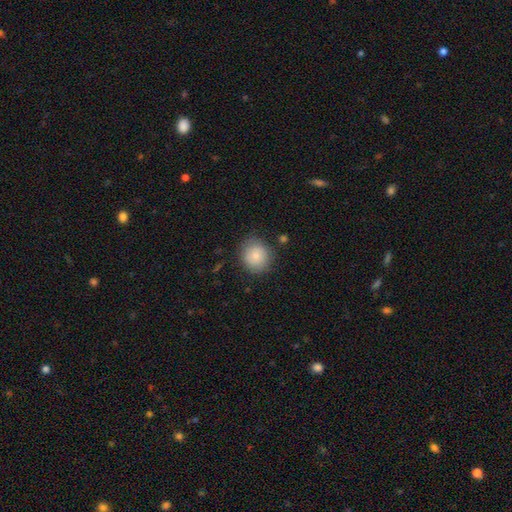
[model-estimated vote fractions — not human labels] smooth 84%, featured or disk 8%, star or artifact 8%. Down the decision tree: how rounded — round (85%); merging — none (81%).